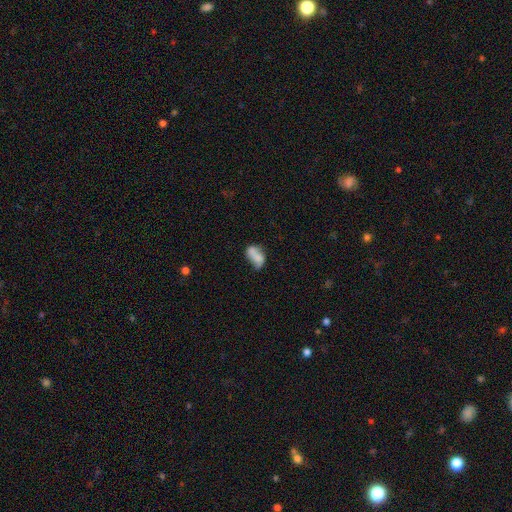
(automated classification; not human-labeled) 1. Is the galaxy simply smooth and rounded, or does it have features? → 62% smooth, 29% featured or disk, 9% star or artifact.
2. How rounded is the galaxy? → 87% in between, 10% round, 3% cigar-shaped.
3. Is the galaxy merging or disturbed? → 33% none, 27% merger, 26% minor disturbance, 14% major disturbance.